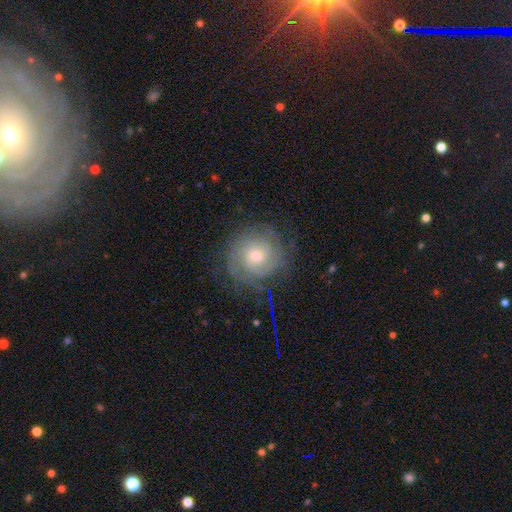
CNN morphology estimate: This is likely a featured or disk galaxy (76%). It is clearly not viewed edge-on (97%). Bar: likely no (65%). Spiral arm pattern: clearly yes (93%). Spiral arm count: marginally can't tell (37%). Spiral winding: likely tight (72%). Central bulge: possibly moderate (58%). Merging: likely none (77%).